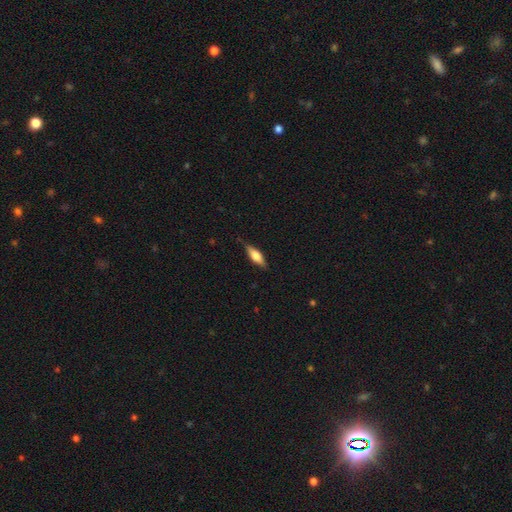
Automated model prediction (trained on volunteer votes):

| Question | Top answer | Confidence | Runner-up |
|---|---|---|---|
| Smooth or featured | smooth | 60% | featured or disk (34%) |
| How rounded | in between | 54% | cigar-shaped (43%) |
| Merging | none | 80% | minor disturbance (16%) |